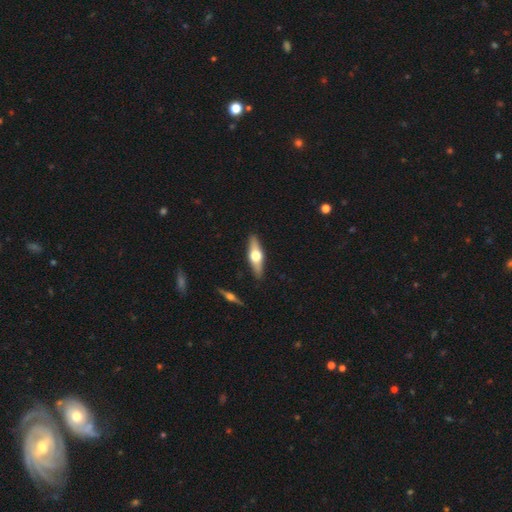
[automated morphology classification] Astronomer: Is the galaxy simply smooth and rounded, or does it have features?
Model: featured or disk — 59% (runner-up: smooth, 35%).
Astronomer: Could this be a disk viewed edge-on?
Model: yes — 93%.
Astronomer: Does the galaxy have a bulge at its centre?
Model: rounded — 96%.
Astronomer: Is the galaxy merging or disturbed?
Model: none — 89%.